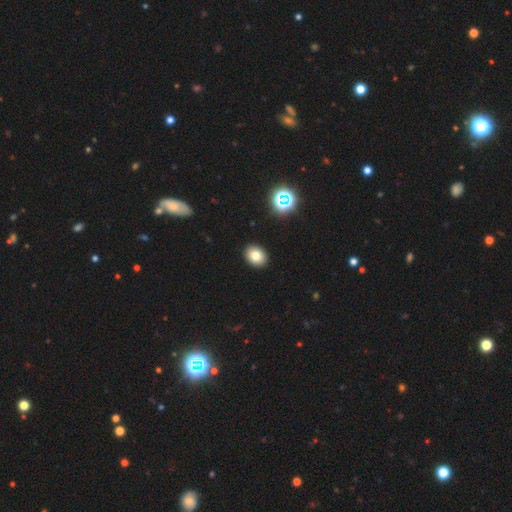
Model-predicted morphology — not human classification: Smooth or featured? Predicted: smooth (p=0.78). How rounded? Predicted: in between (p=0.57). Merging? Predicted: none (p=0.91).